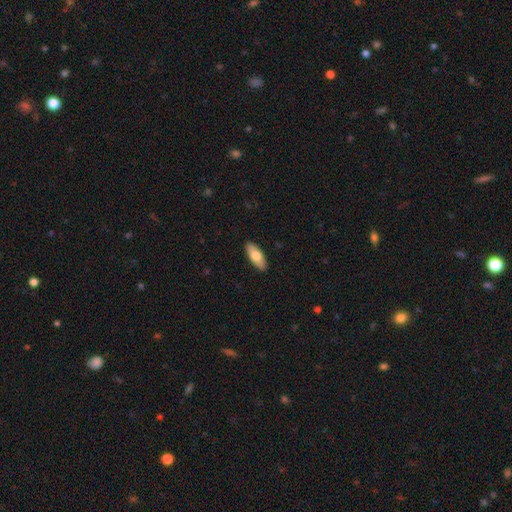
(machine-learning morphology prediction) Q: Smooth or featured?
A: smooth (75%); runner-up: featured or disk (19%)
Q: How rounded?
A: in between (78%); runner-up: cigar-shaped (20%)
Q: Merging?
A: none (90%); runner-up: minor disturbance (7%)